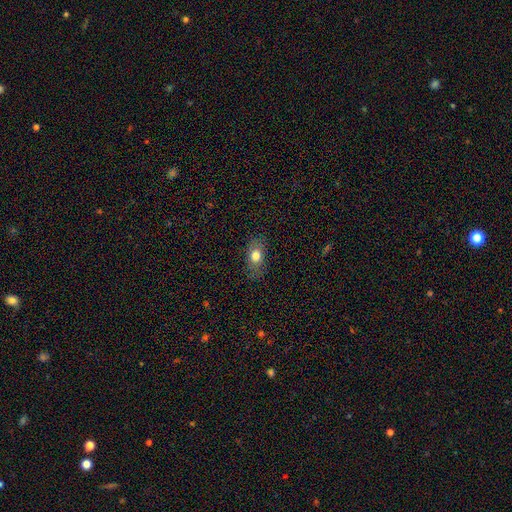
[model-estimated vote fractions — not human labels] The model was most divided on "smooth or featured": smooth: 75%, featured or disk: 16%, star or artifact: 9%. More confident: how rounded — in between (80%); merging — none (79%).